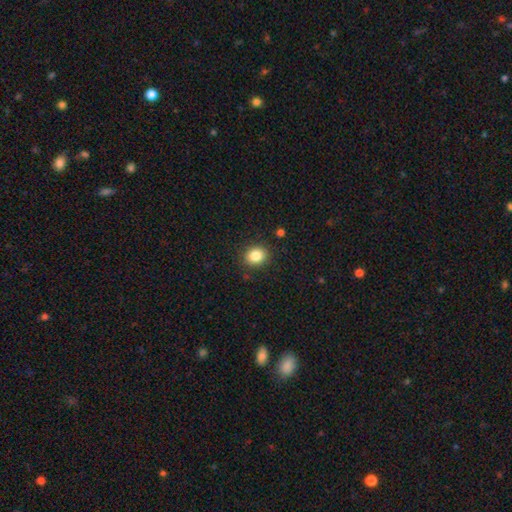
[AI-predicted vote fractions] The model was most divided on "how rounded": round: 63%, in between: 36%, cigar-shaped: 1%. More confident: merging — none (88%); smooth or featured — smooth (84%).